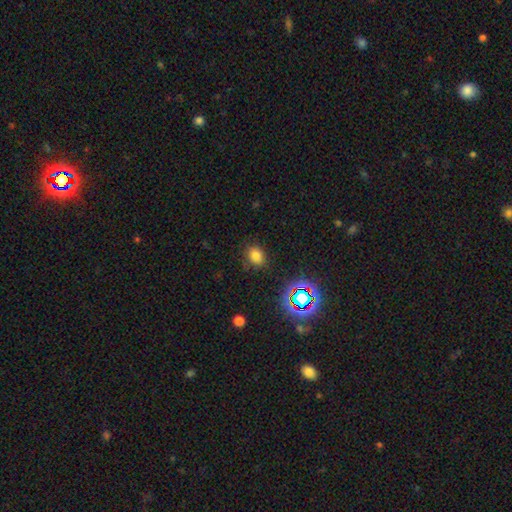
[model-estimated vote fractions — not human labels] A smooth galaxy with no disk features (73%) that is in between round and cigar-shaped (52%). Merging: none (78%).